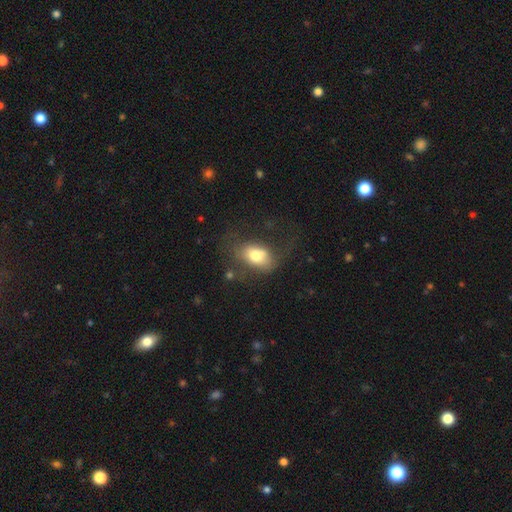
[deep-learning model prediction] A smooth galaxy with no disk features (70%) that is in between round and cigar-shaped (83%). Merging: none (44%).